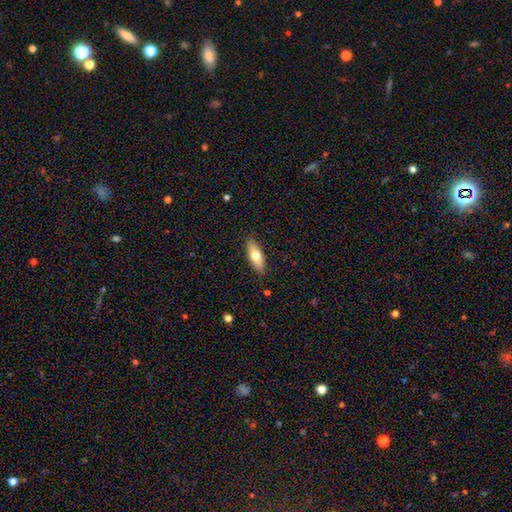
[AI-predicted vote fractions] A smooth galaxy with no disk features (64%) that is in between round and cigar-shaped (67%). Merging: none (88%).